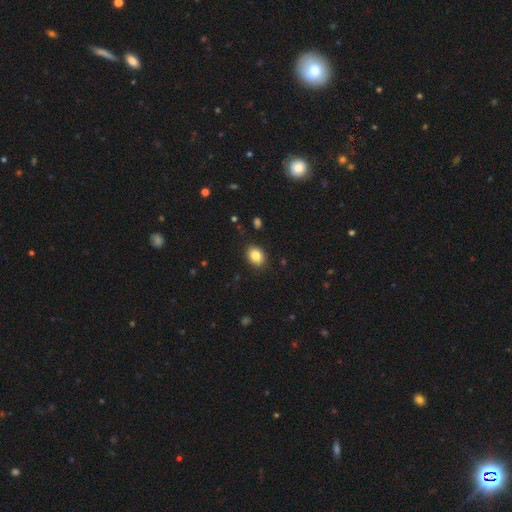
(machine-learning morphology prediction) Q: Smooth or featured?
A: smooth (85%); runner-up: star or artifact (9%)
Q: How rounded?
A: in between (66%); runner-up: round (33%)
Q: Merging?
A: none (88%); runner-up: minor disturbance (8%)